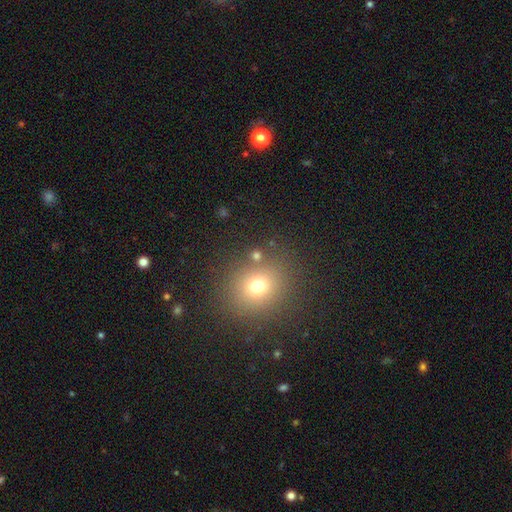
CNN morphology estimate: smooth 66%, star or artifact 26%, featured or disk 8%. Down the decision tree: how rounded — round (80%); merging — none (87%).